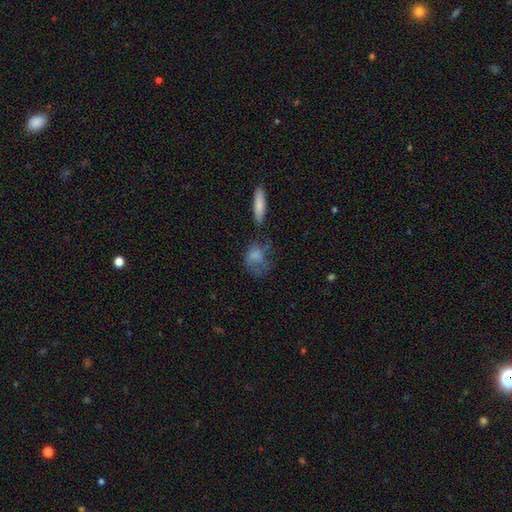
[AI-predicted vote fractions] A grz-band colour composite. It shows a smooth galaxy with no disk features (64%) that is in between round and cigar-shaped (59%). Merging: none (38%).